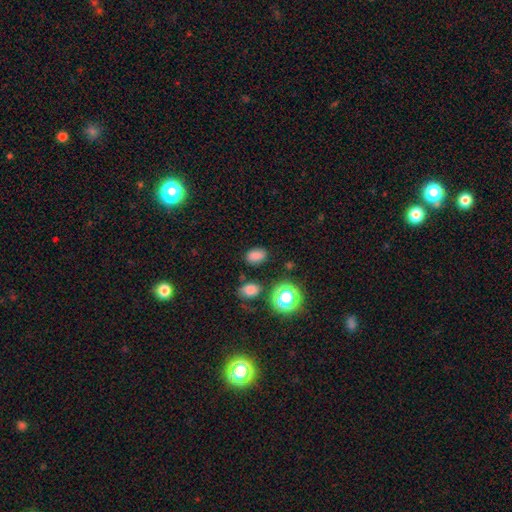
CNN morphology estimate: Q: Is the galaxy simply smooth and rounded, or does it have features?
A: smooth — 78%.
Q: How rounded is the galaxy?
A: in between — 78%.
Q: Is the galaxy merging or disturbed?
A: none — 82%.